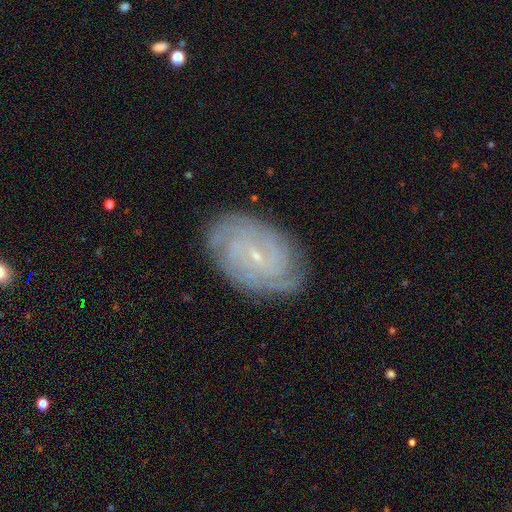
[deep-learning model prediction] This appears to be a featured or disk galaxy (83%) with no bar (52%), tight (78%) spiral arms (97%) and a small central bulge (87%). Merging: none (84%).